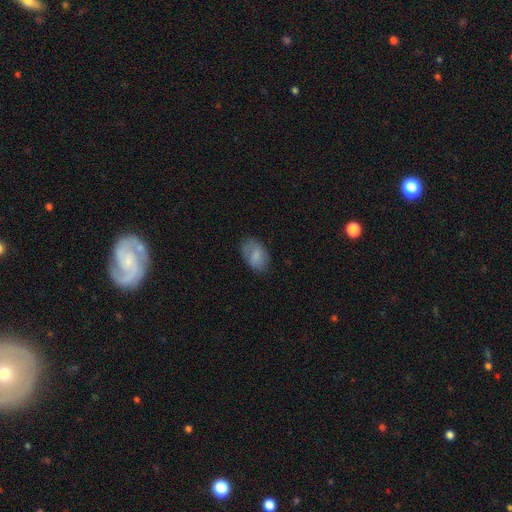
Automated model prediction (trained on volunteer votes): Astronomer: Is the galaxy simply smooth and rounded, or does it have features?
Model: smooth — 77%.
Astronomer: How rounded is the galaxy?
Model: in between — 88%.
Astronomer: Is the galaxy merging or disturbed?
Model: none — 70%.